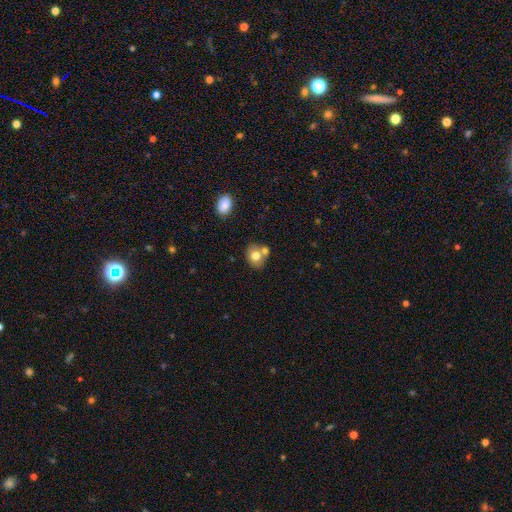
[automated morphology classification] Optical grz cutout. It shows a smooth galaxy with no disk features (75%) that is round (61%). Merging: none (55%).